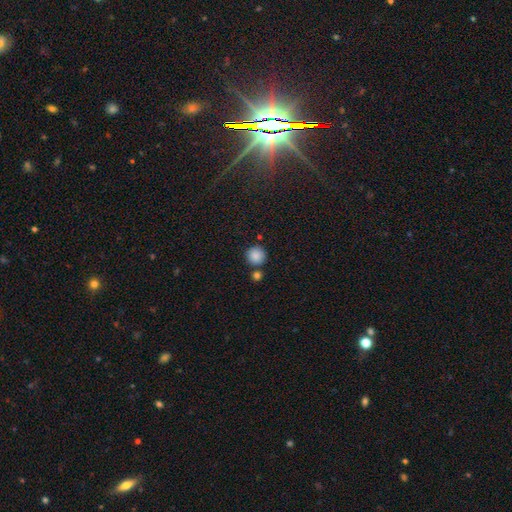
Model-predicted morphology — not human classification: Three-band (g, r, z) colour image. It shows a smooth galaxy with no disk features (87%) that is round (94%). Merging: none (75%).